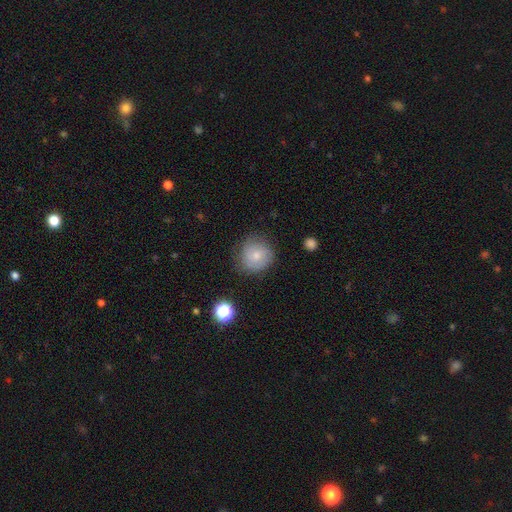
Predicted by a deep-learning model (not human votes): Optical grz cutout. It shows a smooth galaxy with no disk features (65%) that is round (88%). Merging: none (73%).